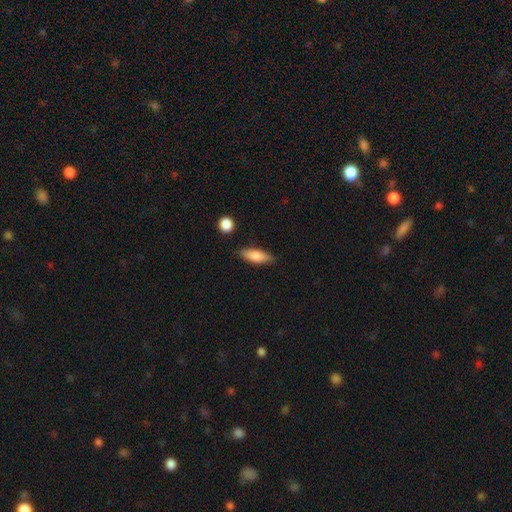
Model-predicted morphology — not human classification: type=smooth (79%); roundness=in between (61%); merging=none (82%).